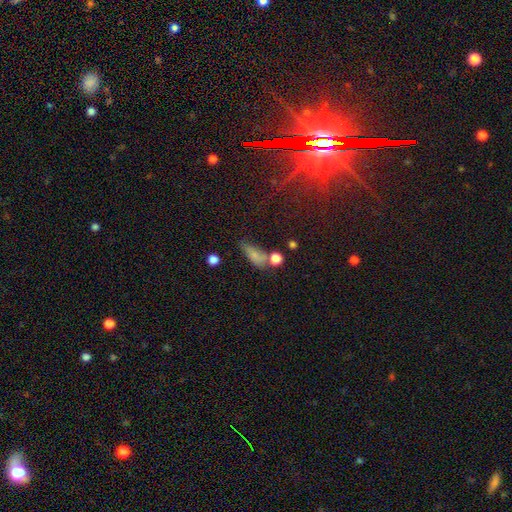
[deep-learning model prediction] Smooth or featured: smooth — 70% (featured or disk — 16%)
How rounded: in between — 63% (cigar-shaped — 26%)
Merging: none — 41% (minor disturbance — 25%)